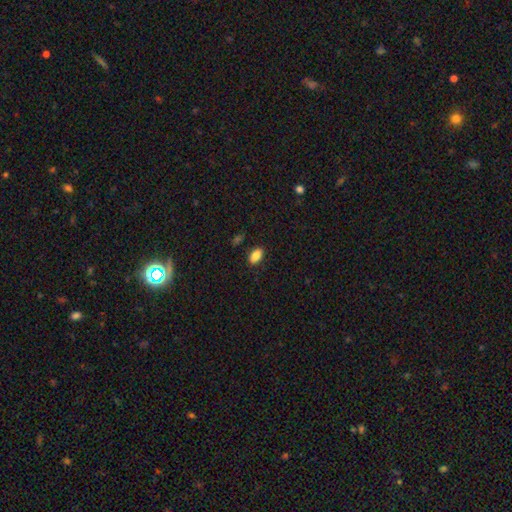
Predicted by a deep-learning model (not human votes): A smooth galaxy with no disk features (87%) that is in between round and cigar-shaped (91%). Merging: none (87%).